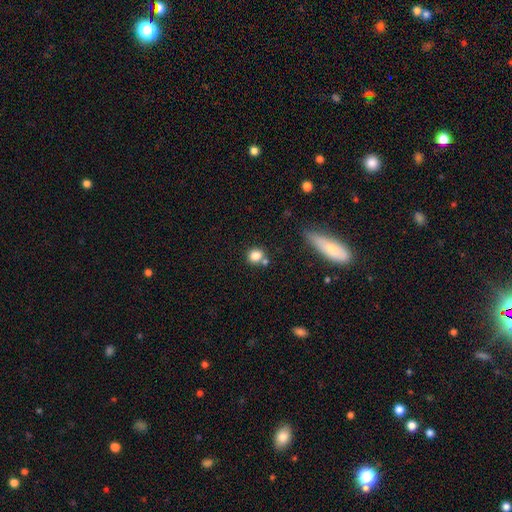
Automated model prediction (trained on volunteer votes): A smooth galaxy with no disk features (81%) that is round (82%). Merging: none (62%).